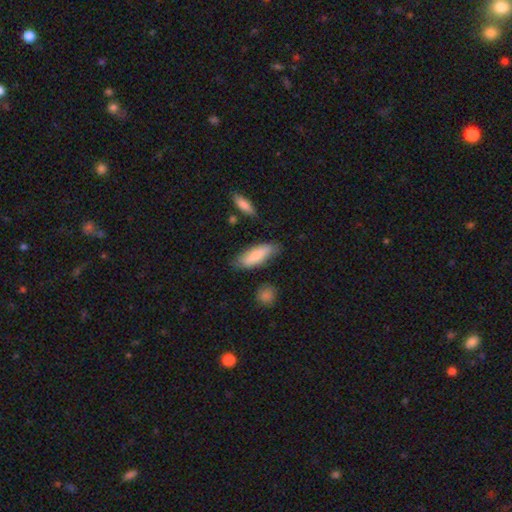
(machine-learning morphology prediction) type=smooth (78%); roundness=in between (56%); merging=none (77%).